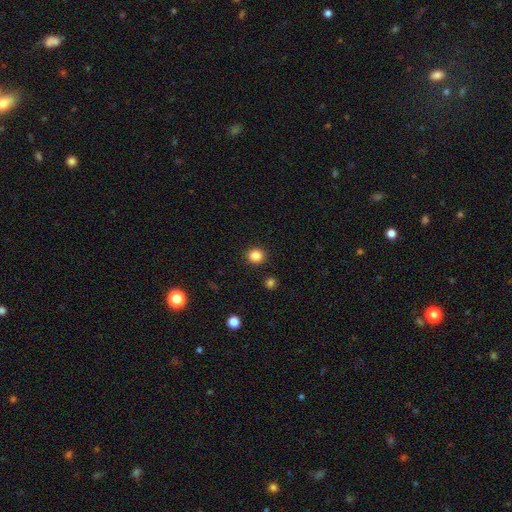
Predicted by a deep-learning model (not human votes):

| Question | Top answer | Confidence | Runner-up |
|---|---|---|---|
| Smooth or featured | smooth | 85% | star or artifact (11%) |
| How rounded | round | 84% | in between (15%) |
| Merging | none | 91% | minor disturbance (6%) |